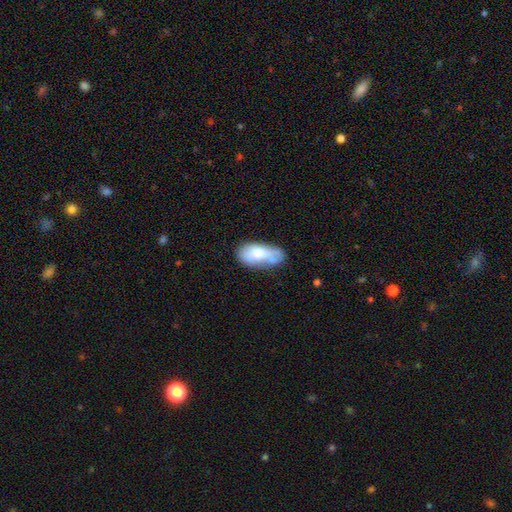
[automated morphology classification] Smooth or featured? smooth (67%)
How rounded? in between (91%)
Merging? none (48%)